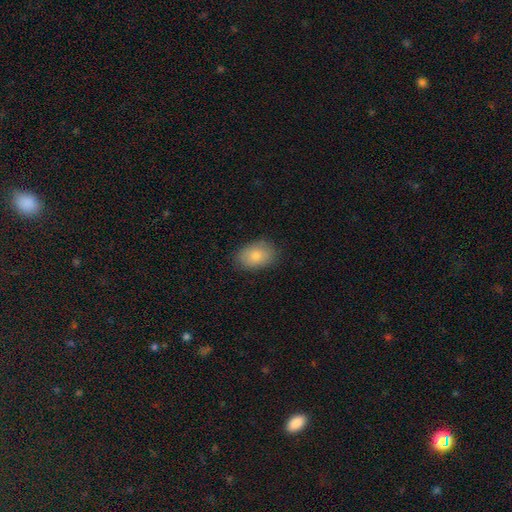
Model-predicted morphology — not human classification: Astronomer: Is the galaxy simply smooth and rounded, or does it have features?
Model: smooth — 81%.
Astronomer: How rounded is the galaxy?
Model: in between — 84%.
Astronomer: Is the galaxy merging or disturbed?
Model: none — 83%.